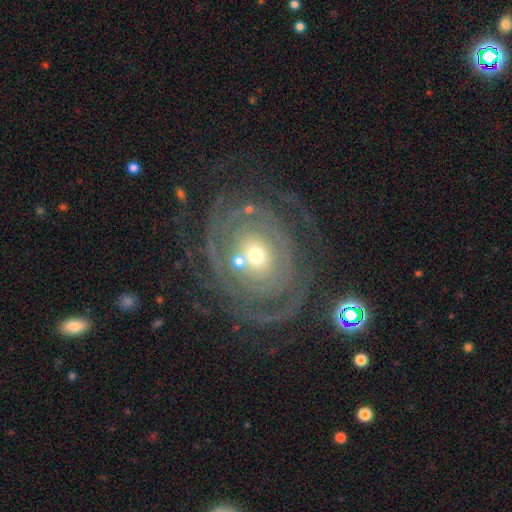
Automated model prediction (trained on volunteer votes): A featured or disk galaxy (83%) with no bar (85%), tight (73%) spiral arms (84%) and a small central bulge (52%).

Vote fractions:
- Smooth or featured? featured or disk: 83% / smooth: 11% / star or artifact: 6%
- Edge-on disk? no: 96% / yes: 4%
- Bar? no: 85% / weak: 11% / strong: 5%
- Spiral arms? yes: 84% / no: 16%
- Spiral winding? tight: 73% / medium: 18% / loose: 9%
- Spiral arm count? can't tell: 34% / 2: 28% / 3: 13% / 4: 9% / 1: 8% / more than 4: 8%
- Bulge size? small: 52% / moderate: 41% / large: 4% / dominant: 2% / none: 1%
- Merging? none: 64% / minor disturbance: 16% / major disturbance: 15% / merger: 5%